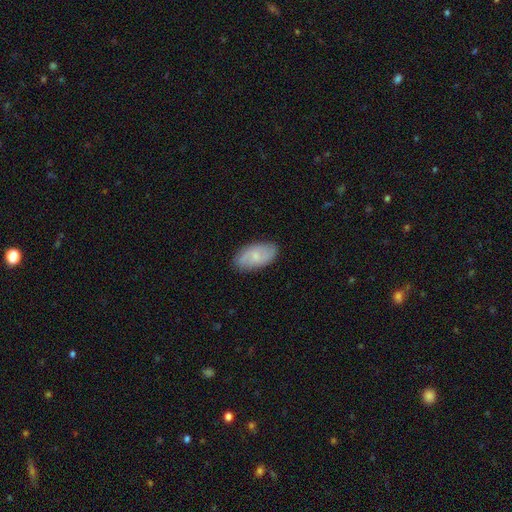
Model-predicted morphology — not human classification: A smooth galaxy with no disk features (51%) that is in between round and cigar-shaped (93%).

Vote fractions:
- Smooth or featured? smooth: 51% / featured or disk: 42% / star or artifact: 6%
- How rounded? in between: 93% / round: 4% / cigar-shaped: 3%
- Merging? none: 82% / minor disturbance: 14% / major disturbance: 3% / merger: 1%